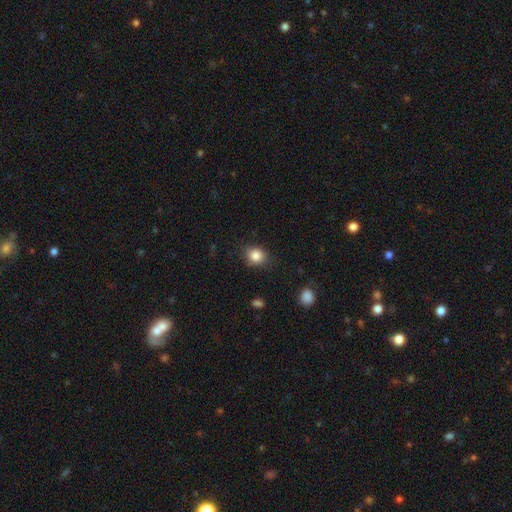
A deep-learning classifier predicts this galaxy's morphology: Smooth or featured?
  - smooth: 85% *
  - star or artifact: 10%
  - featured or disk: 5%
How rounded?
  - round: 67% *
  - in between: 32%
  - cigar-shaped: 1%
Merging?
  - none: 82% *
  - minor disturbance: 13%
  - major disturbance: 3%
  - merger: 1%